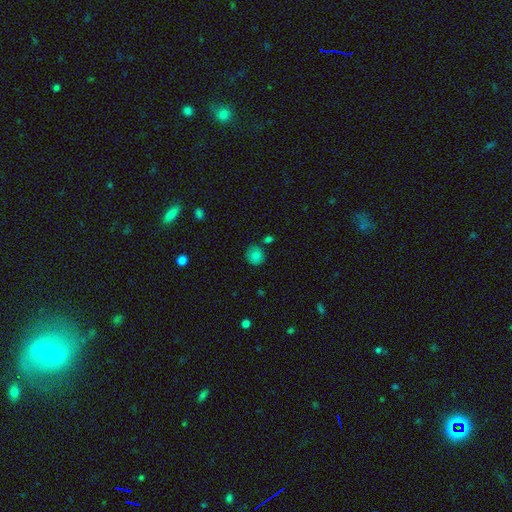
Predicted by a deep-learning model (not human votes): Q: Smooth or featured?
A: smooth (83%); runner-up: star or artifact (12%)
Q: How rounded?
A: round (87%); runner-up: in between (12%)
Q: Merging?
A: none (74%); runner-up: minor disturbance (15%)